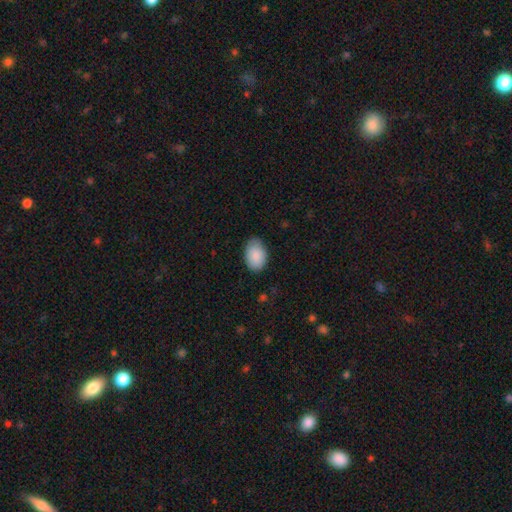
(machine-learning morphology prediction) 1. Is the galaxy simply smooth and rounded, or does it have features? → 90% smooth, 6% star or artifact, 4% featured or disk.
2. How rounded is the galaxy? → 89% in between, 10% round, 1% cigar-shaped.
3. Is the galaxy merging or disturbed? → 80% none, 16% minor disturbance, 3% major disturbance, 1% merger.